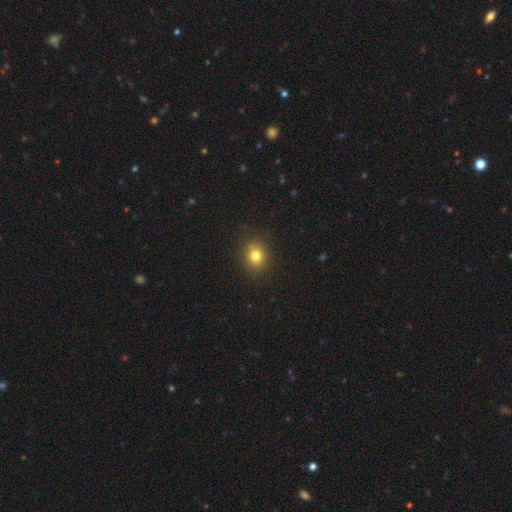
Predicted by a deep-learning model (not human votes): Q: Smooth or featured?
A: smooth (78%); runner-up: star or artifact (14%)
Q: How rounded?
A: round (68%); runner-up: in between (31%)
Q: Merging?
A: none (84%); runner-up: minor disturbance (11%)